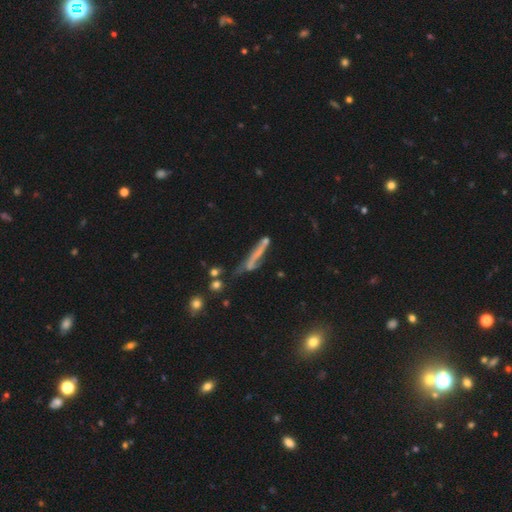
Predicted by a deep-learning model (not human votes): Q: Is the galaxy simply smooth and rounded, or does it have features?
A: featured or disk — 44%.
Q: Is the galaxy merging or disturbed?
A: none — 40%.